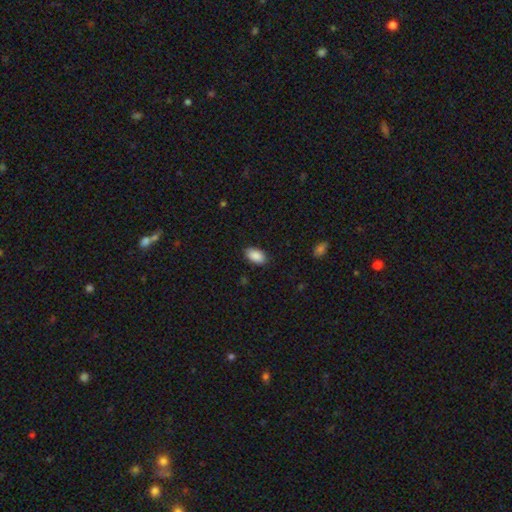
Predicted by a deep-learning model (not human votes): smooth 90%, star or artifact 7%, featured or disk 4%. Down the decision tree: how rounded — in between (94%); merging — none (86%).